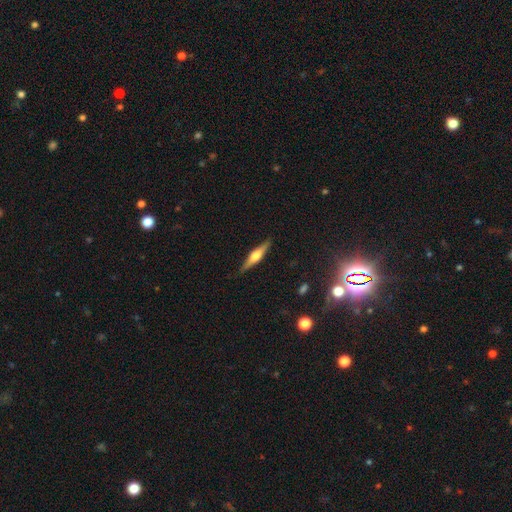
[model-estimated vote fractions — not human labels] A featured or disk galaxy (64%) viewed edge-on (97%) with a rounded central bulge (90%).

Vote fractions:
- Smooth or featured? featured or disk: 64% / smooth: 30% / star or artifact: 6%
- Edge-on disk? yes: 97% / no: 3%
- Edge-on bulge? rounded: 90% / boxy: 7% / none: 3%
- Merging? none: 89% / minor disturbance: 8% / major disturbance: 2% / merger: 1%